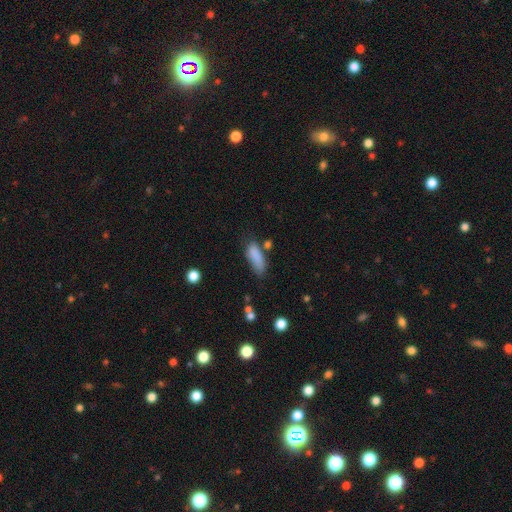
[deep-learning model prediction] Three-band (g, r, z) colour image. It shows a smooth galaxy with no disk features (84%) that is in between round and cigar-shaped (67%). Merging: none (55%).